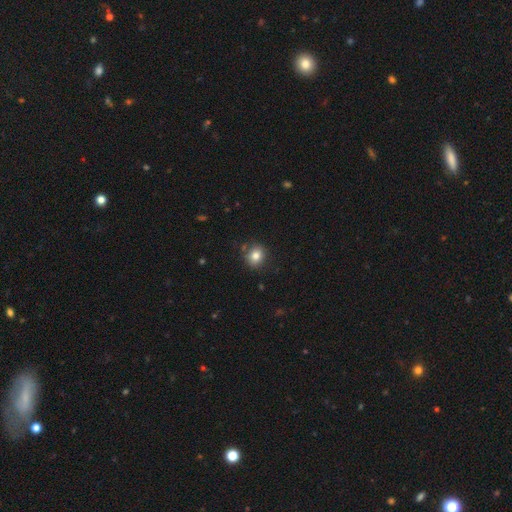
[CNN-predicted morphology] This appears to be a smooth galaxy with no disk features (81%) that is round (76%). Merging: none (83%).